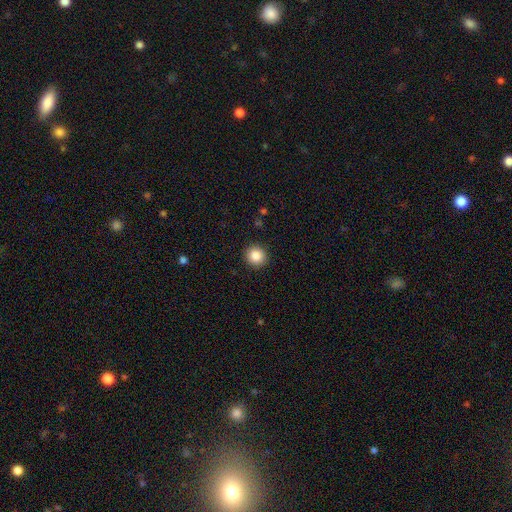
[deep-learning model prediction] This appears to be a smooth galaxy with no disk features (86%) that is round (94%). Merging: none (92%).